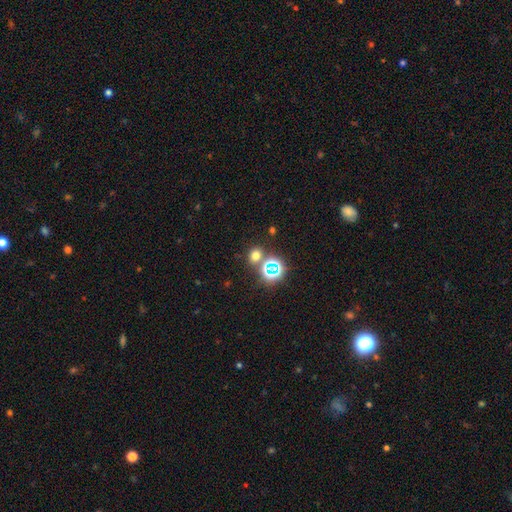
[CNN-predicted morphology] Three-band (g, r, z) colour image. It shows a smooth galaxy with no disk features (62%) that is round (72%). Merging: none (76%).